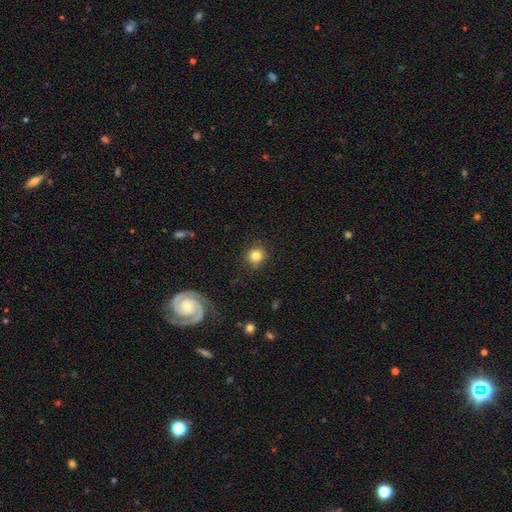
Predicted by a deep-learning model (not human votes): Overall: smooth (80%). How rounded: round (88%). Merging: none (86%).